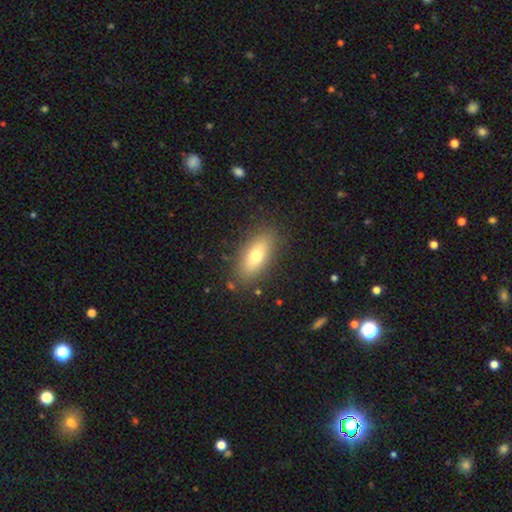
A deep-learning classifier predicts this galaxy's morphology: A smooth galaxy with no disk features (69%) that is in between round and cigar-shaped (78%).

Vote fractions:
- Smooth or featured? smooth: 69% / featured or disk: 23% / star or artifact: 8%
- How rounded? in between: 78% / cigar-shaped: 18% / round: 4%
- Merging? none: 85% / minor disturbance: 10% / major disturbance: 3% / merger: 2%